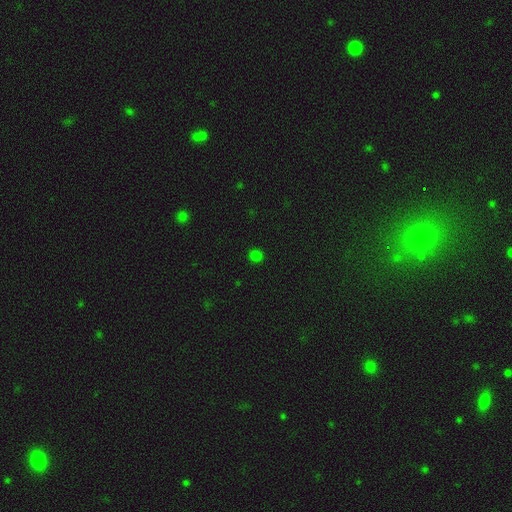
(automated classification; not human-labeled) Smooth or featured?
  - smooth: 78% *
  - star or artifact: 19%
  - featured or disk: 3%
How rounded?
  - round: 86% *
  - in between: 13%
  - cigar-shaped: 1%
Merging?
  - none: 91% *
  - minor disturbance: 6%
  - major disturbance: 2%
  - merger: 1%